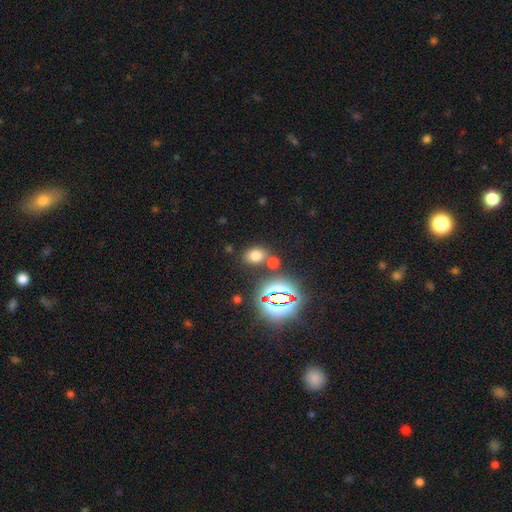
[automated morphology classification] Smooth or featured?
  - smooth: 66% *
  - star or artifact: 26%
  - featured or disk: 8%
How rounded?
  - in between: 59% *
  - round: 40%
  - cigar-shaped: 1%
Merging?
  - none: 70% *
  - merger: 15%
  - minor disturbance: 10%
  - major disturbance: 4%